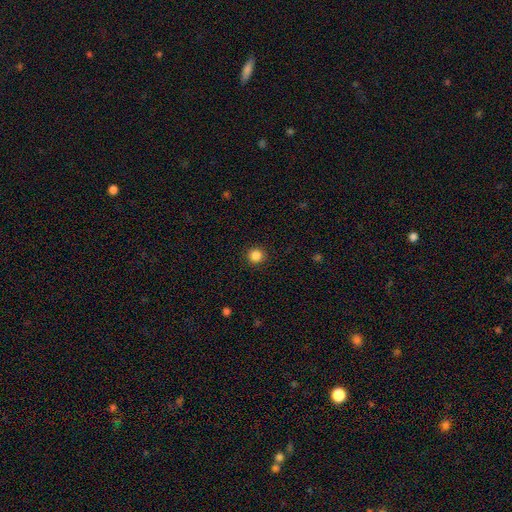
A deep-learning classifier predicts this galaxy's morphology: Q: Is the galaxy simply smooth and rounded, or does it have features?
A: smooth — 86%.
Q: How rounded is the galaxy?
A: round — 94%.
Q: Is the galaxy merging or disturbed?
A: none — 92%.